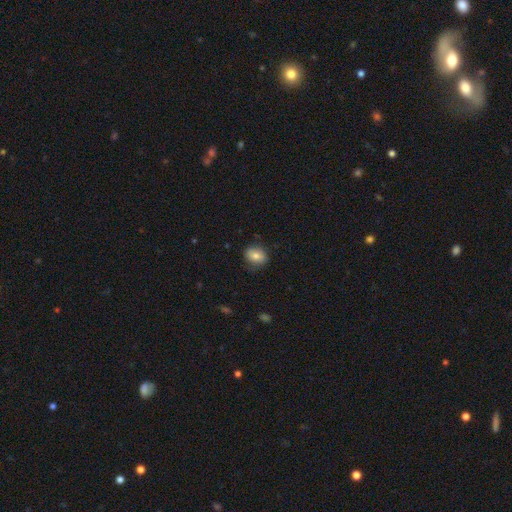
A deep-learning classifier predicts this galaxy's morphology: Smooth or featured? Predicted: smooth (p=0.78). How rounded? Predicted: in between (p=0.55). Merging? Predicted: none (p=0.80).